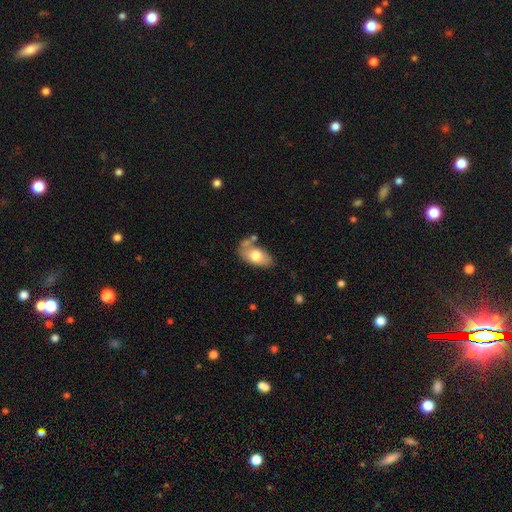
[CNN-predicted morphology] smooth 71%, featured or disk 23%, star or artifact 6%. Down the decision tree: how rounded — in between (92%); merging — none (56%).